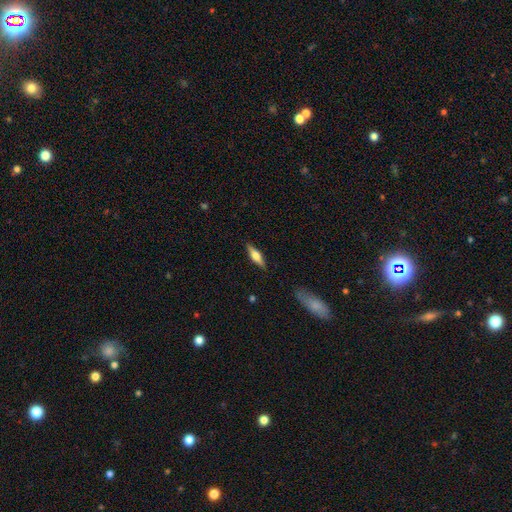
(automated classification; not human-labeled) A featured or disk galaxy (51%) viewed edge-on (94%). Merging: none (87%).